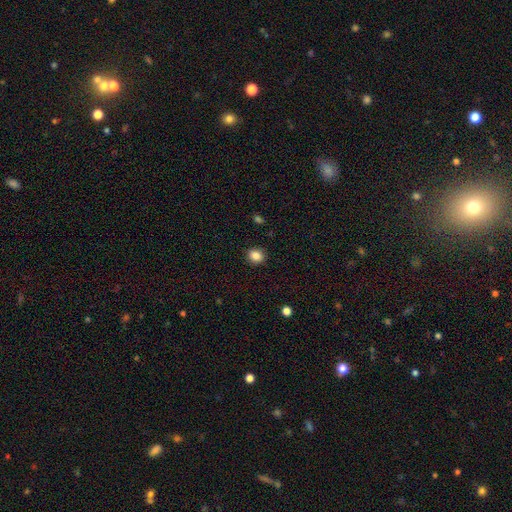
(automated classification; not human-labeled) smooth_or_featured: smooth (p=0.85) [alt: star or artifact p=0.10]
how_rounded: round (p=0.69) [alt: in between p=0.30]
merging: none (p=0.90) [alt: minor disturbance p=0.07]